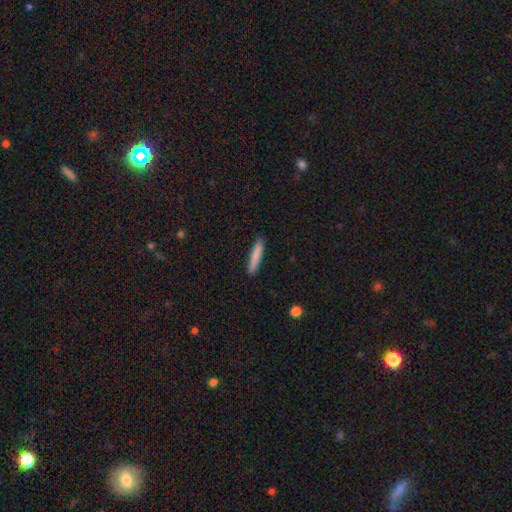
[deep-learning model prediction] Smooth or featured?
  - smooth: 83% *
  - featured or disk: 11%
  - star or artifact: 6%
How rounded?
  - cigar-shaped: 91% *
  - in between: 7%
  - round: 1%
Merging?
  - none: 91% *
  - minor disturbance: 7%
  - major disturbance: 2%
  - merger: 1%